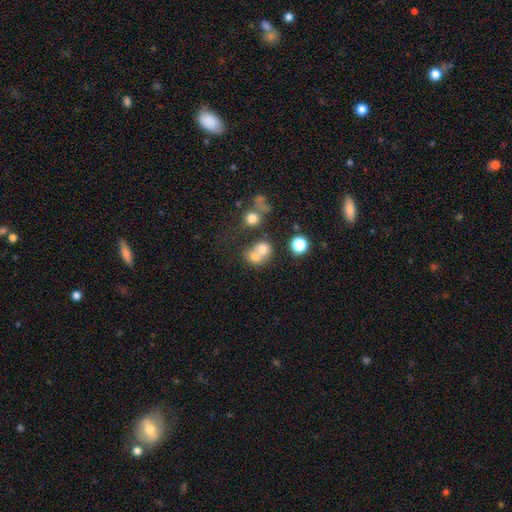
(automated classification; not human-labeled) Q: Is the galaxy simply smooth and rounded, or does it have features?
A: smooth — 69%.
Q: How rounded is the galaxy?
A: round — 69%.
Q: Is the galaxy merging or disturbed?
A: merger — 60%.